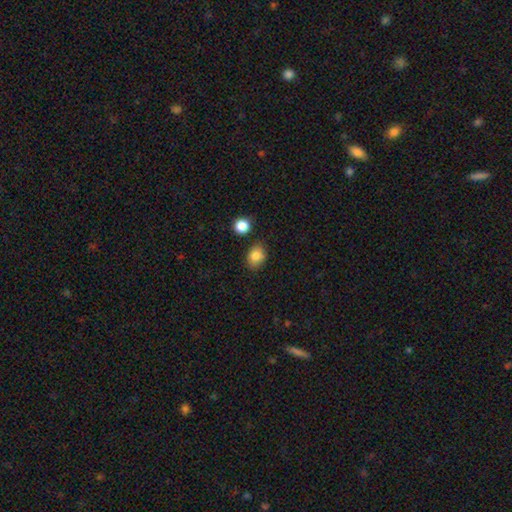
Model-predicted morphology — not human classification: This is clearly a smooth galaxy (84%). How rounded: possibly in between (54%). Merging: likely none (77%).